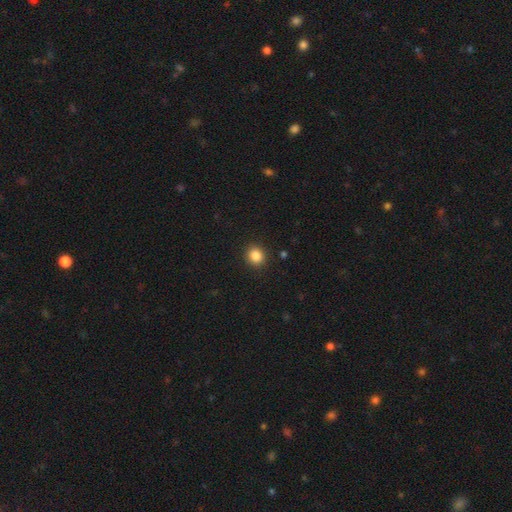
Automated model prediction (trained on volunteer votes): This appears to be a smooth galaxy with no disk features (86%) that is round (79%). Merging: none (91%).